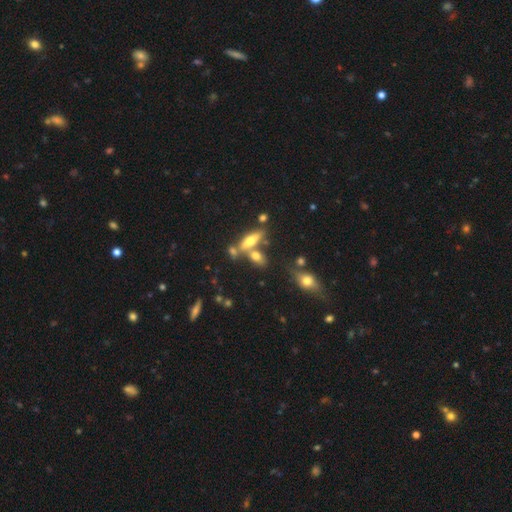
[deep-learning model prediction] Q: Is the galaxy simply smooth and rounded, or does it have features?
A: smooth — 61%.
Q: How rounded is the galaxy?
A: in between — 59%.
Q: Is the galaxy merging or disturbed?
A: none — 49%.